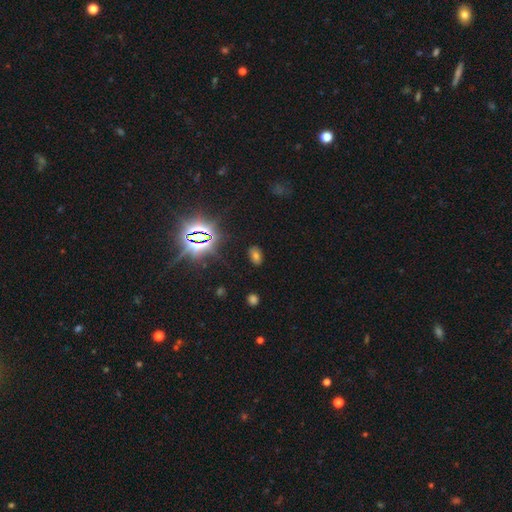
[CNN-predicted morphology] This appears to be a smooth galaxy with no disk features (52%) that is in between round and cigar-shaped (88%). Merging: none (83%).